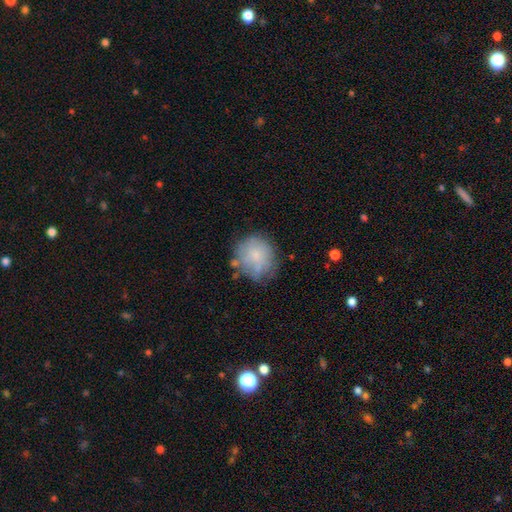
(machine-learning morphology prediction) Smooth or featured: smooth — 65% (featured or disk — 27%)
How rounded: round — 80% (in between — 19%)
Merging: none — 58% (minor disturbance — 26%)